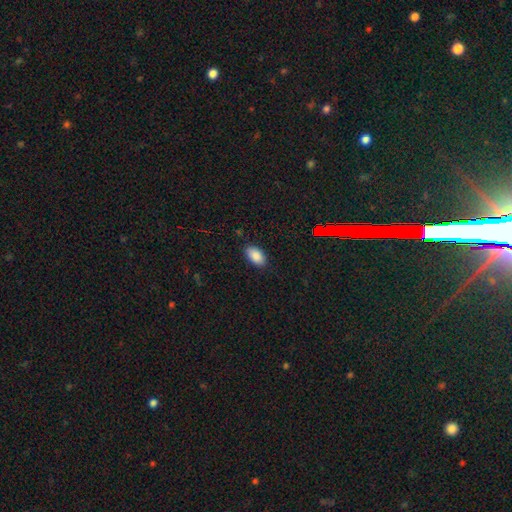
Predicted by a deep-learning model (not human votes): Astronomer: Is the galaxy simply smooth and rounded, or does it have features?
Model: smooth — 87%.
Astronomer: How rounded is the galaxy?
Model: in between — 94%.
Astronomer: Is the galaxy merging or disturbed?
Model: none — 86%.